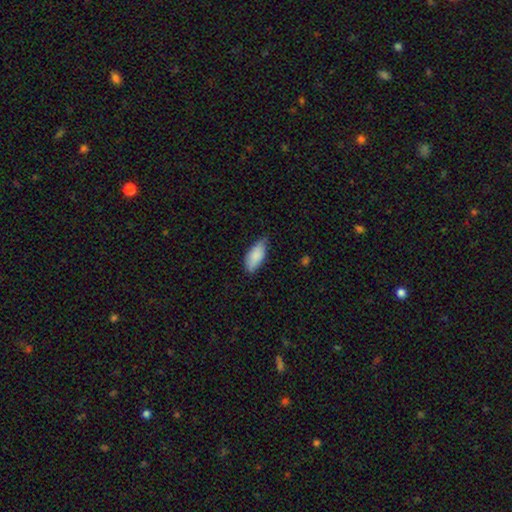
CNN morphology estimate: type=smooth (86%); roundness=in between (89%); merging=none (60%).